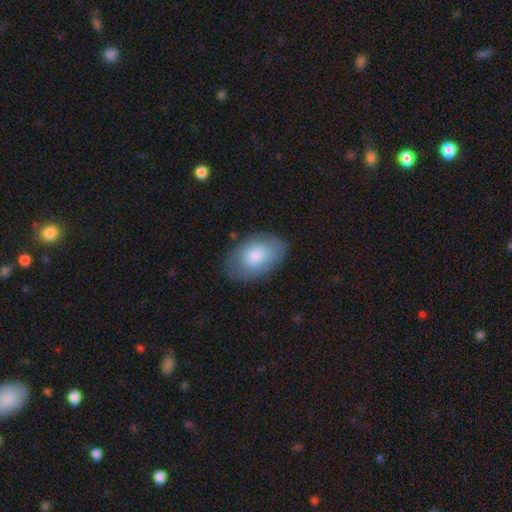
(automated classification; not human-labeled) A smooth galaxy with no disk features (79%) that is in between round and cigar-shaped (90%).

Vote fractions:
- Smooth or featured? smooth: 79% / featured or disk: 15% / star or artifact: 6%
- How rounded? in between: 90% / round: 9% / cigar-shaped: 1%
- Merging? none: 79% / minor disturbance: 16% / major disturbance: 4% / merger: 1%